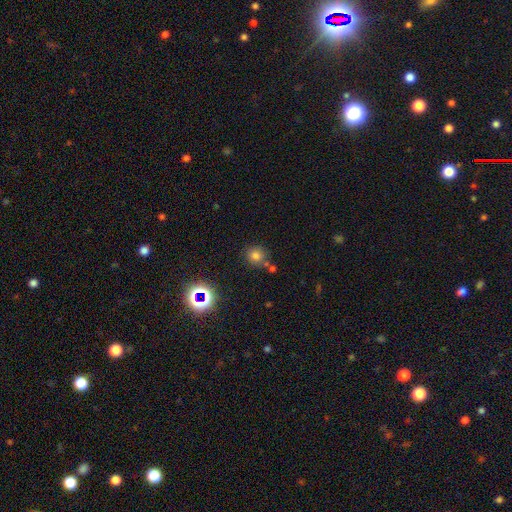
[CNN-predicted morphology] This is likely a smooth galaxy (71%). How rounded: clearly round (88%). Merging: likely none (75%).